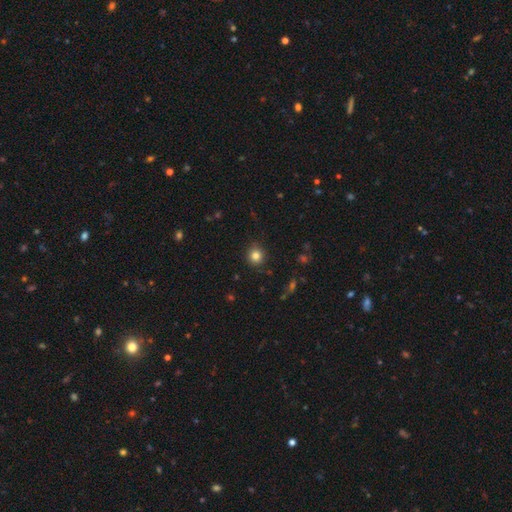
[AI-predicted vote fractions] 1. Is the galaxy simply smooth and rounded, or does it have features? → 82% smooth, 13% star or artifact, 6% featured or disk.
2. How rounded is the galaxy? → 89% round, 10% in between, 1% cigar-shaped.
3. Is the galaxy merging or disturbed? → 88% none, 9% minor disturbance, 2% major disturbance, 1% merger.